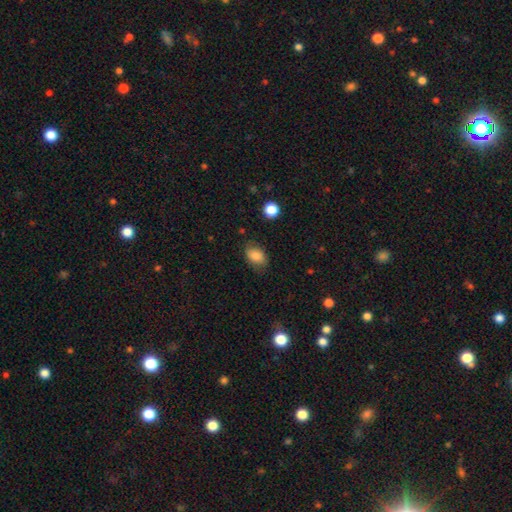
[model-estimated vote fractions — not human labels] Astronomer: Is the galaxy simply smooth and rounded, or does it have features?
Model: smooth — 83%.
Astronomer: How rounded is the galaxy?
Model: in between — 82%.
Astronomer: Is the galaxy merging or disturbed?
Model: none — 75%.